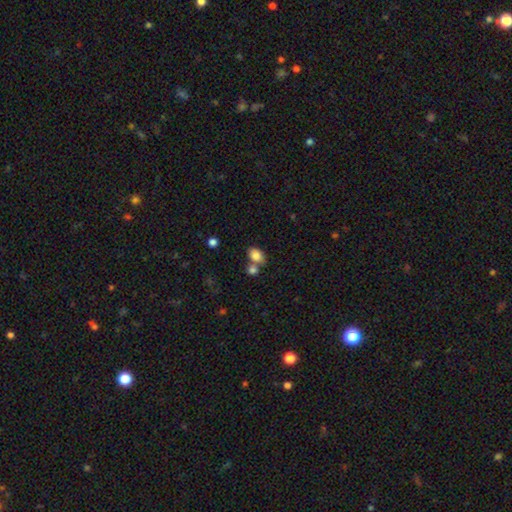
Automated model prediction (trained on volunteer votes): Smooth or featured: smooth — 84% (star or artifact — 9%)
How rounded: in between — 81% (round — 18%)
Merging: none — 50% (merger — 35%)